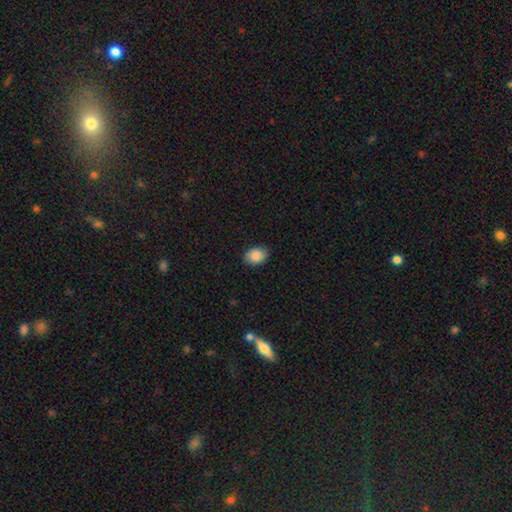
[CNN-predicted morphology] Overall: smooth (88%). How rounded: in between (73%). Merging: none (85%).